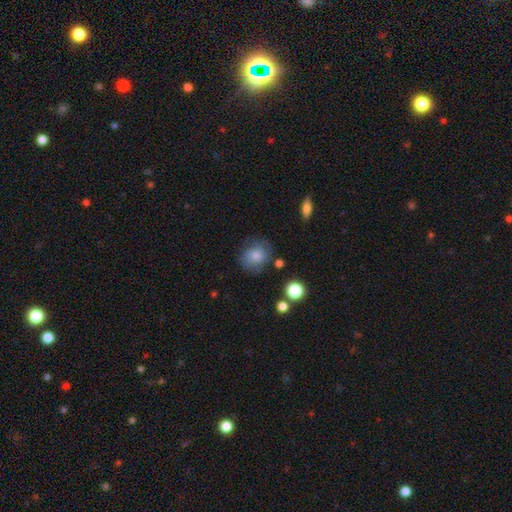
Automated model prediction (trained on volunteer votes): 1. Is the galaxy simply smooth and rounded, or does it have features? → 74% smooth, 17% featured or disk, 9% star or artifact.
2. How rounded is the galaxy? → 73% round, 26% in between, 1% cigar-shaped.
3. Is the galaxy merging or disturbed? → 66% none, 22% minor disturbance, 9% major disturbance, 3% merger.